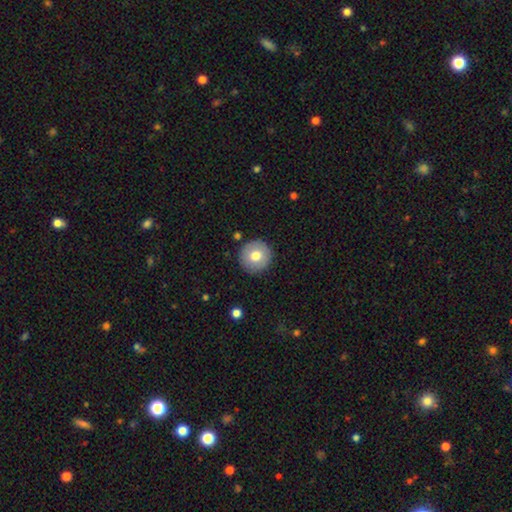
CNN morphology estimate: A smooth galaxy with no disk features (74%) that is round (95%). Merging: none (90%).